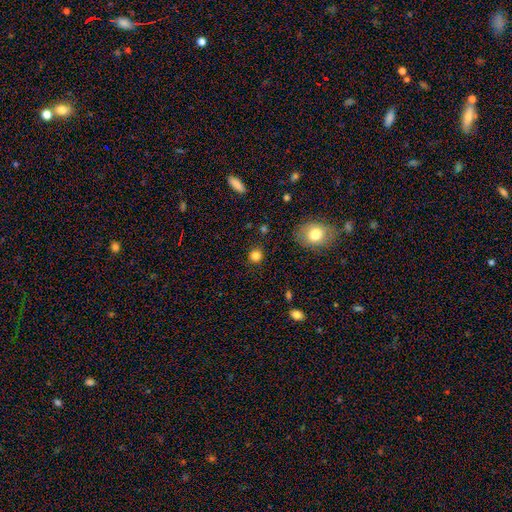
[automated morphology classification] The model was most divided on "smooth or featured": smooth: 83%, star or artifact: 12%, featured or disk: 5%. More confident: merging — none (87%); how rounded — round (86%).